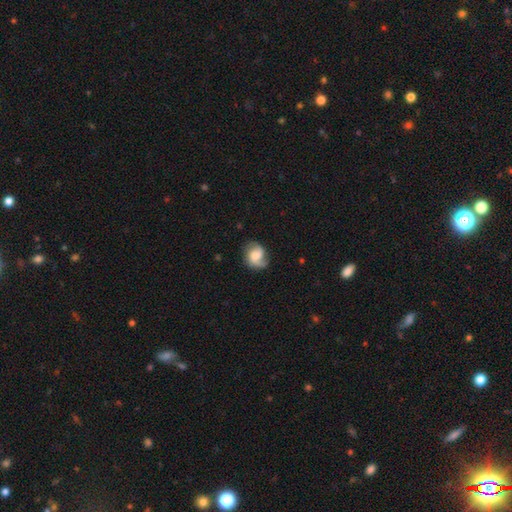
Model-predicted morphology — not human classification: Overall: featured or disk (66%). Edge-on disk: no (98%). Bar: no (53%; weak 38%). Spiral arms: yes (94%). Spiral arm count: 2 (72%). Spiral winding: medium (43%; loose 35%). Bulge size: moderate (32%; small 24%). Merging: none (66%).